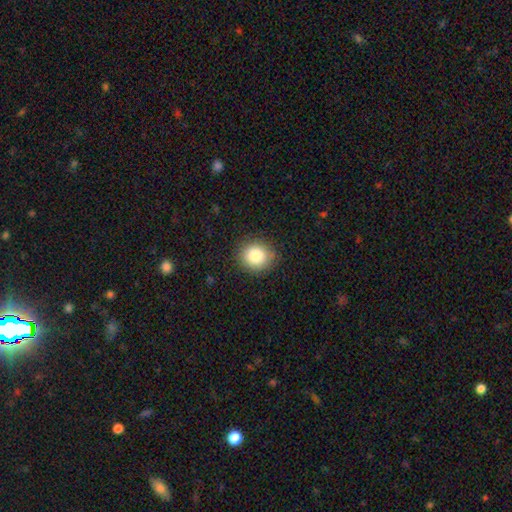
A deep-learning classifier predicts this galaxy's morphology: Smooth or featured? Predicted: smooth (p=0.84). How rounded? Predicted: round (p=0.86). Merging? Predicted: none (p=0.88).